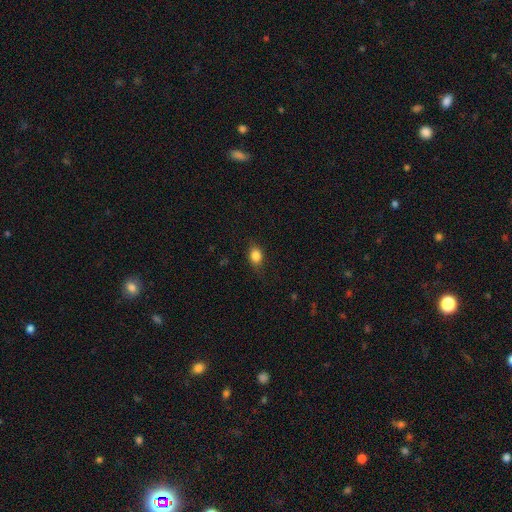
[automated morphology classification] A smooth galaxy with no disk features (83%) that is in between round and cigar-shaped (64%).

Vote fractions:
- Smooth or featured? smooth: 83% / star or artifact: 10% / featured or disk: 7%
- How rounded? in between: 64% / round: 34% / cigar-shaped: 2%
- Merging? none: 79% / minor disturbance: 16% / major disturbance: 4% / merger: 1%